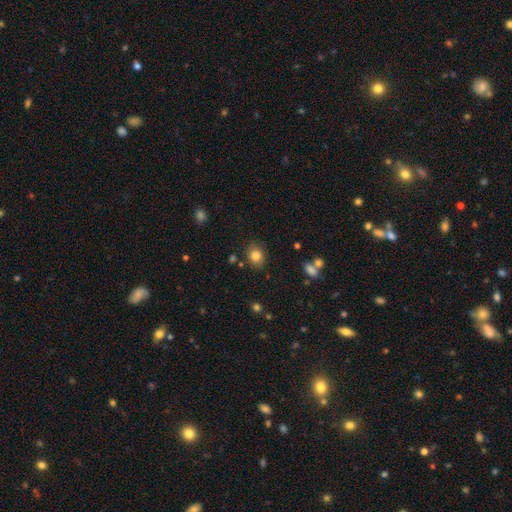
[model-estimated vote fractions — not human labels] This is clearly a smooth galaxy (82%). How rounded: likely round (61%). Merging: clearly none (82%).